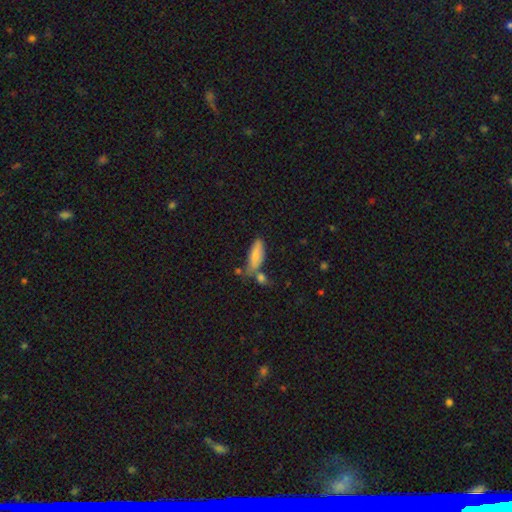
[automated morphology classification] Overall: smooth (73%). How rounded: in between (65%; cigar-shaped 32%). Merging: none (49%; minor disturbance 22%).